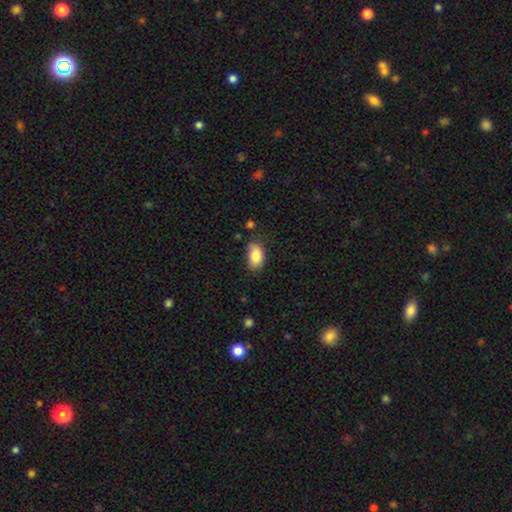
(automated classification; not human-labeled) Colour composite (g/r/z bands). It shows a smooth galaxy with no disk features (85%) that is in between round and cigar-shaped (91%). Merging: none (68%).